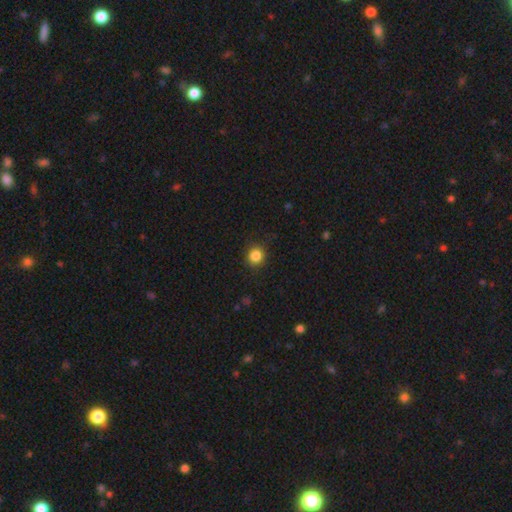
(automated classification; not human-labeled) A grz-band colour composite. It shows a smooth galaxy with no disk features (85%) that is round (89%). Merging: none (88%).